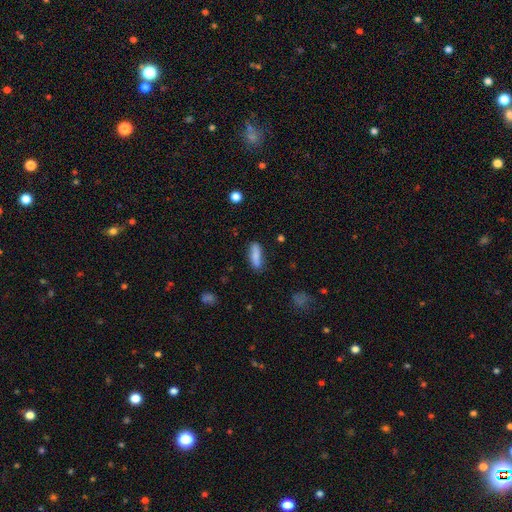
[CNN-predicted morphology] The model was most divided on "how rounded" (2-way tie): in between: 49%, cigar-shaped: 49%, round: 2%. More confident: smooth or featured — smooth (82%); merging — none (75%).